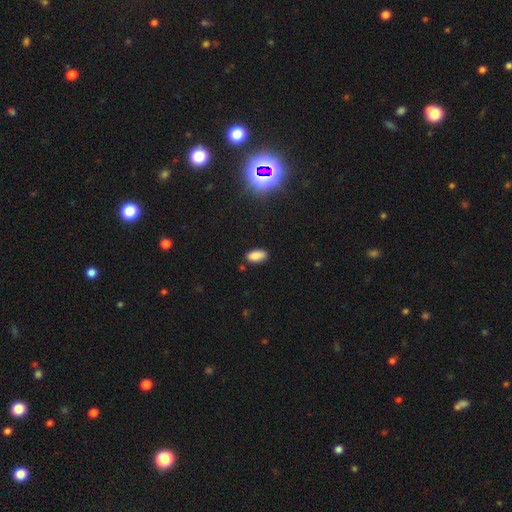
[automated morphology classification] smooth_or_featured: smooth (p=0.84) [alt: star or artifact p=0.10]
how_rounded: in between (p=0.91) [alt: cigar-shaped p=0.06]
merging: none (p=0.83) [alt: minor disturbance p=0.13]